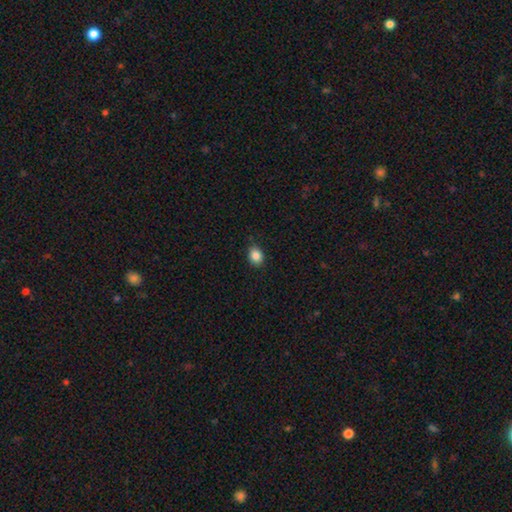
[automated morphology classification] Q: Smooth or featured?
A: smooth (86%); runner-up: star or artifact (10%)
Q: How rounded?
A: in between (56%); runner-up: round (43%)
Q: Merging?
A: none (85%); runner-up: minor disturbance (12%)